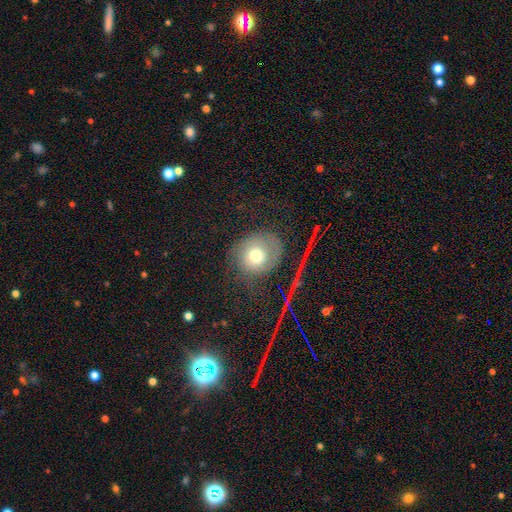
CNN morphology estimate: The model was most divided on "smooth or featured": smooth: 57%, featured or disk: 28%, star or artifact: 15%. More confident: how rounded — round (78%); merging — none (64%).